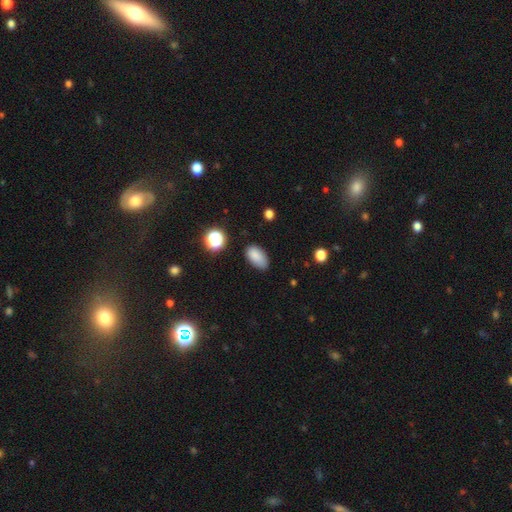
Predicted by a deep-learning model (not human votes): Smooth or featured: smooth — 84% (star or artifact — 11%)
How rounded: in between — 93% (round — 5%)
Merging: none — 76% (minor disturbance — 18%)